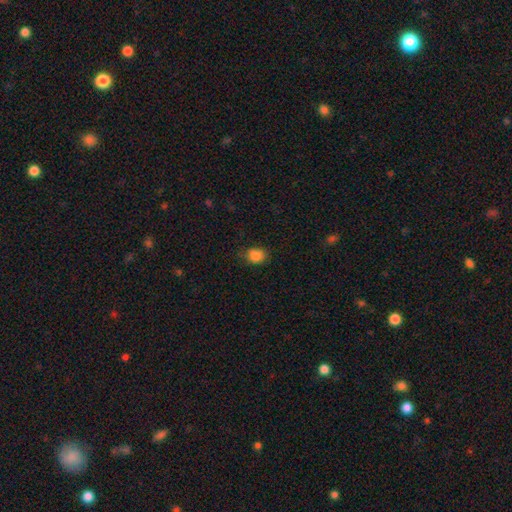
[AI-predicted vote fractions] smooth_or_featured: smooth (p=0.85) [alt: star or artifact p=0.10]
how_rounded: in between (p=0.53) [alt: round p=0.46]
merging: none (p=0.77) [alt: minor disturbance p=0.18]